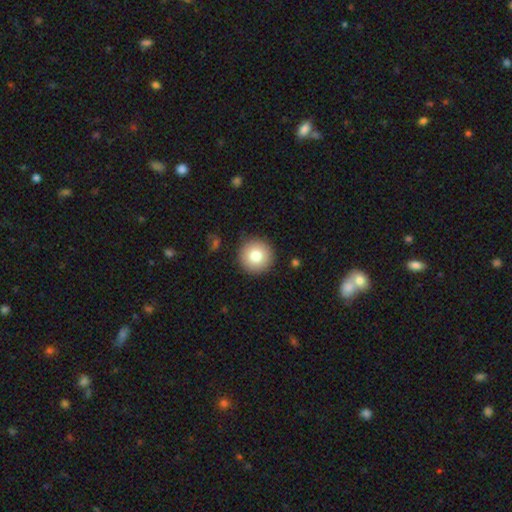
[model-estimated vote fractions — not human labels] Smooth or featured? smooth (80%)
How rounded? round (96%)
Merging? none (90%)